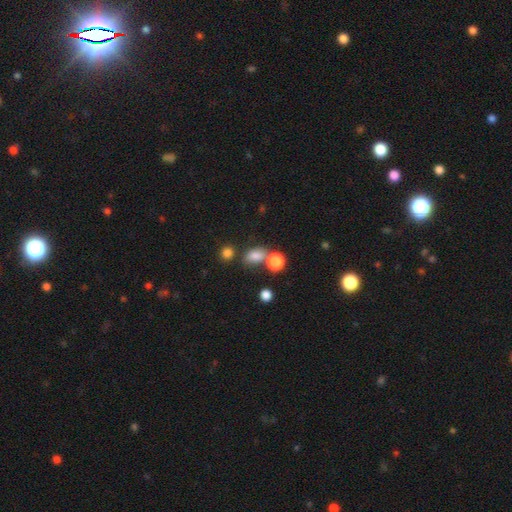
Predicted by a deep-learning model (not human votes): smooth_or_featured: smooth (p=0.78) [alt: star or artifact p=0.15]
how_rounded: in between (p=0.73) [alt: round p=0.25]
merging: none (p=0.58) [alt: merger p=0.22]